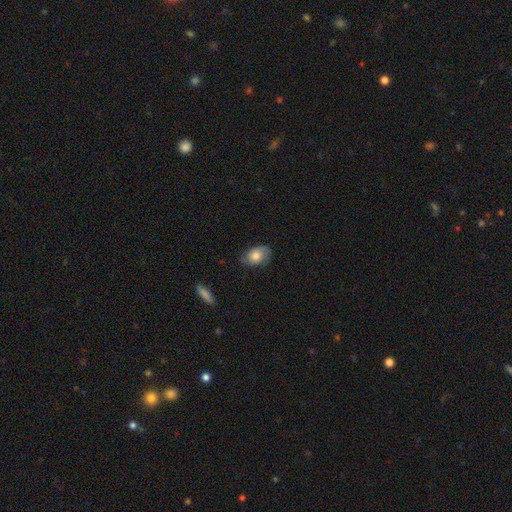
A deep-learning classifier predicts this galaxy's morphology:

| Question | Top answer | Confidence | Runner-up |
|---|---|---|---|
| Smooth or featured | smooth | 57% | featured or disk (35%) |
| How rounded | in between | 82% | round (17%) |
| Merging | none | 70% | minor disturbance (23%) |